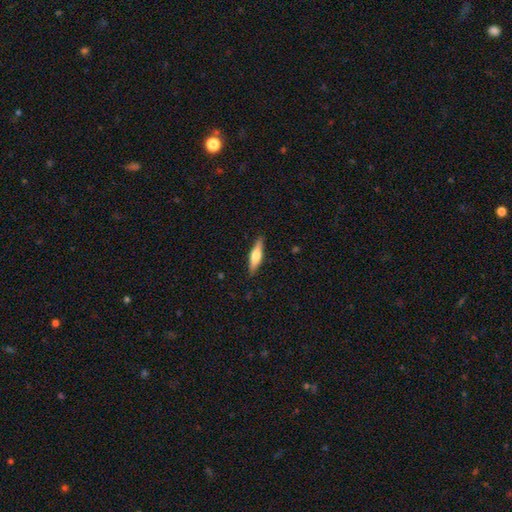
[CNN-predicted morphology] smooth-or-featured: smooth: 56% | featured or disk: 39% | star or artifact: 6%
  how-rounded: cigar-shaped: 71% | in between: 27% | round: 2%
  merging: none: 87% | minor disturbance: 10% | major disturbance: 2% | merger: 1%